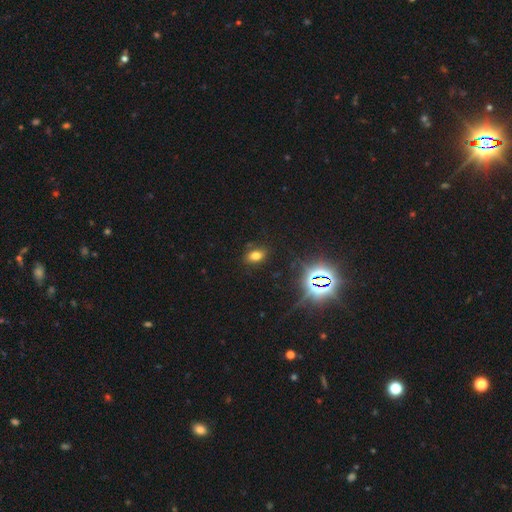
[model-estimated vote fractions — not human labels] Morphology: type=smooth (67%); roundness=in between (82%); merging=none (84%).